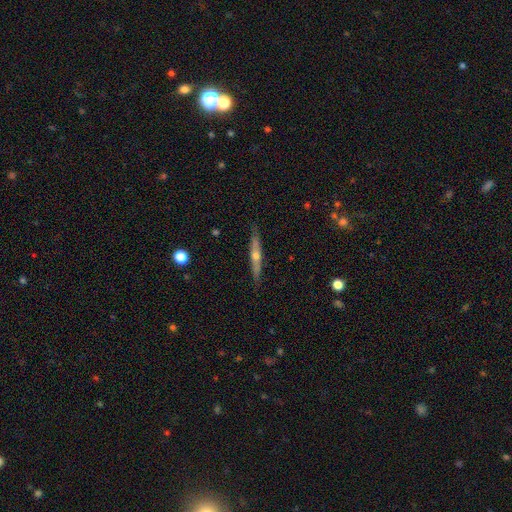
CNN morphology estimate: This is likely a featured or disk galaxy (69%). It is clearly viewed edge-on (96%). Edge-on bulge: clearly rounded (86%). Merging: clearly none (88%).